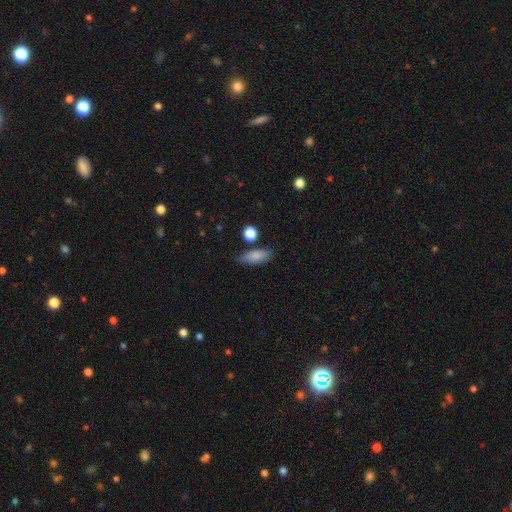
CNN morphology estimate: smooth_or_featured: smooth (p=0.82) [alt: featured or disk p=0.11]
how_rounded: in between (p=0.76) [alt: cigar-shaped p=0.20]
merging: none (p=0.68) [alt: minor disturbance p=0.21]